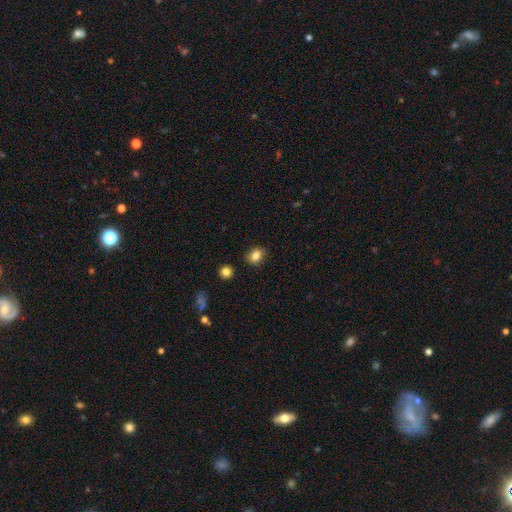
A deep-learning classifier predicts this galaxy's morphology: Smooth or featured: smooth — 83% (star or artifact — 11%)
How rounded: round — 54% (in between — 45%)
Merging: none — 83% (minor disturbance — 12%)